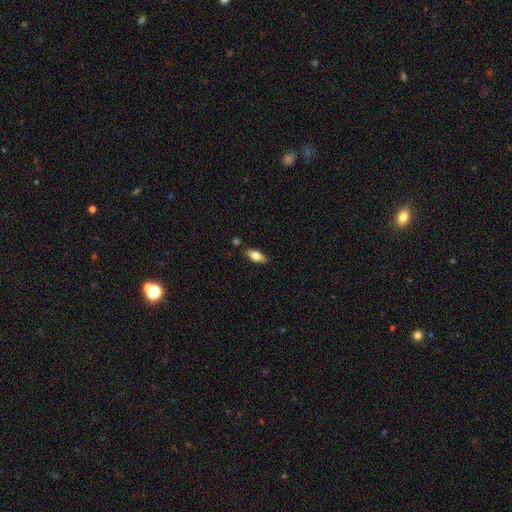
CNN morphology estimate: Smooth or featured?
  - smooth: 77% *
  - featured or disk: 17%
  - star or artifact: 7%
How rounded?
  - in between: 83% *
  - cigar-shaped: 14%
  - round: 3%
Merging?
  - none: 81% *
  - minor disturbance: 12%
  - merger: 4%
  - major disturbance: 2%